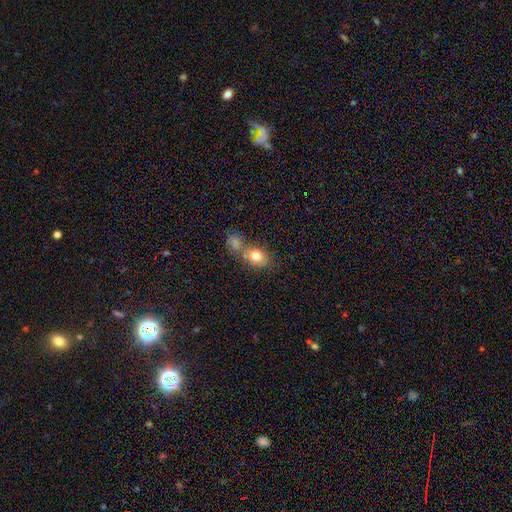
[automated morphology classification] This is likely a smooth galaxy (77%). How rounded: possibly in between (56%). Merging: marginally none (43%).